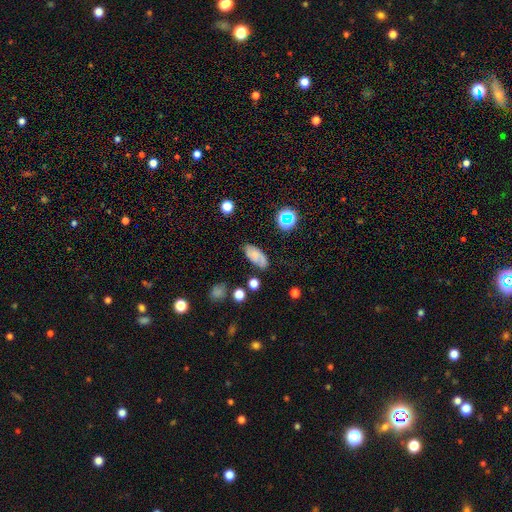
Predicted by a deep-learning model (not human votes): A smooth galaxy with no disk features (56%) that is in between round and cigar-shaped (88%).

Vote fractions:
- Smooth or featured? smooth: 56% / featured or disk: 32% / star or artifact: 12%
- How rounded? in between: 88% / cigar-shaped: 7% / round: 4%
- Merging? none: 70% / minor disturbance: 20% / major disturbance: 6% / merger: 4%